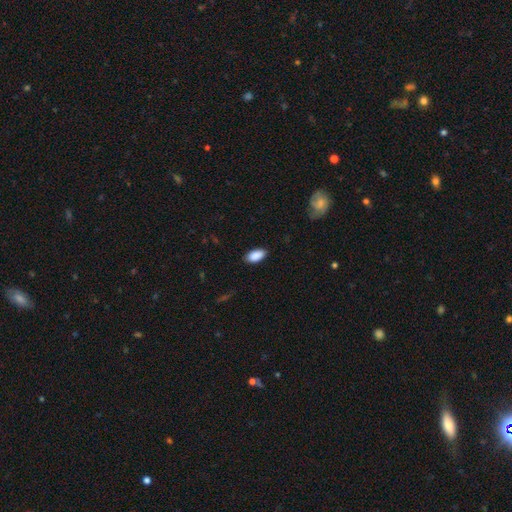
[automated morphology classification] Smooth or featured? smooth (90%)
How rounded? in between (94%)
Merging? none (85%)